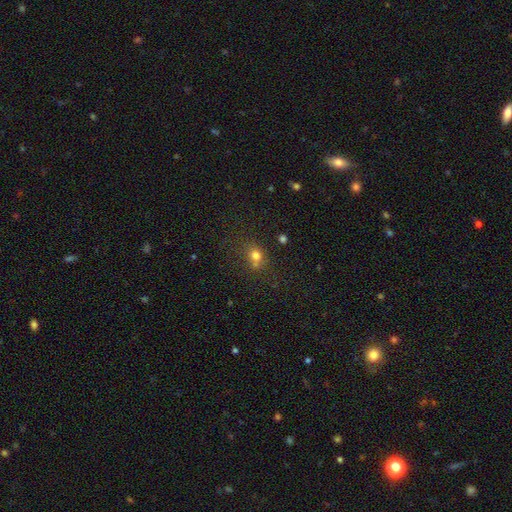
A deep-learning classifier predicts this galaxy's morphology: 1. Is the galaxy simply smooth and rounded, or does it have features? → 72% smooth, 18% star or artifact, 10% featured or disk.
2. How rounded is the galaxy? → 69% round, 29% in between, 1% cigar-shaped.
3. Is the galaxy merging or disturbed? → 54% none, 22% merger, 16% minor disturbance, 7% major disturbance.